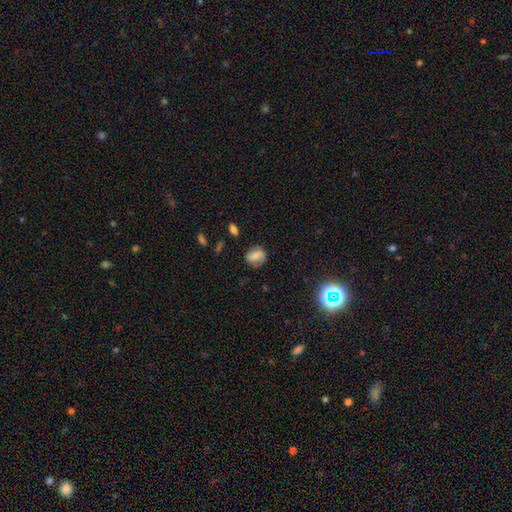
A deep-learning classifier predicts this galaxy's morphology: Overall: smooth (66%). How rounded: round (54%; in between 44%). Merging: none (72%).